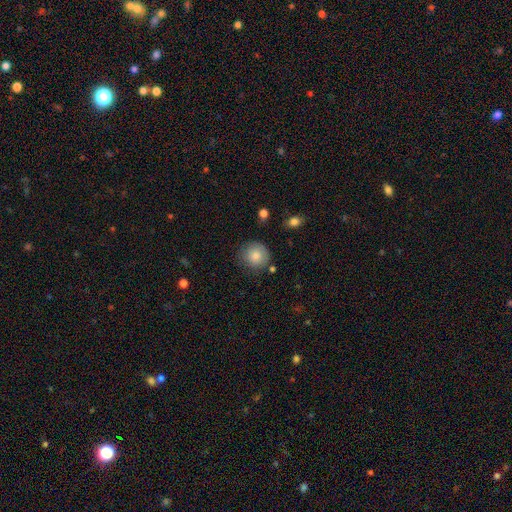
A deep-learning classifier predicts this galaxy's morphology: A smooth galaxy with no disk features (84%) that is round (91%). Merging: none (79%).